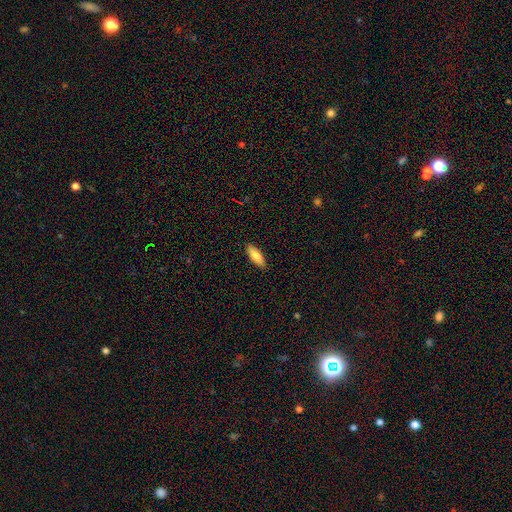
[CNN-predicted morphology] A smooth galaxy with no disk features (84%) that is in between round and cigar-shaped (58%).

Vote fractions:
- Smooth or featured? smooth: 84% / featured or disk: 11% / star or artifact: 6%
- How rounded? in between: 58% / cigar-shaped: 40% / round: 2%
- Merging? none: 89% / minor disturbance: 8% / major disturbance: 2% / merger: 1%